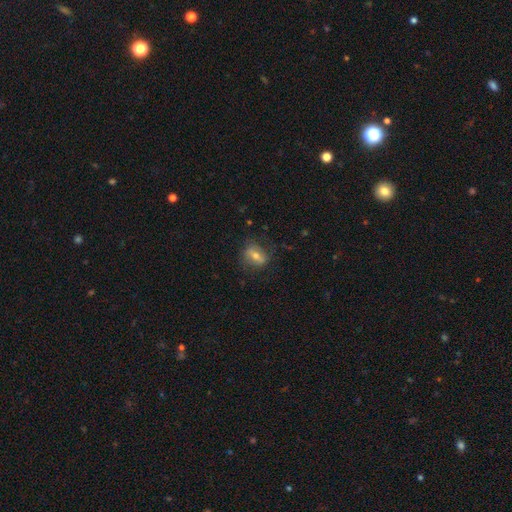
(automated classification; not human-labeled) Overall: smooth (49%; featured or disk 42%). Merging: none (75%).